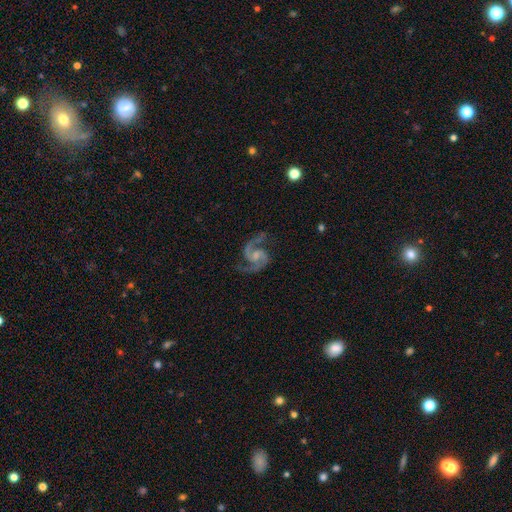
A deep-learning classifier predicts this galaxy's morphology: Q: Smooth or featured?
A: featured or disk (93%); runner-up: star or artifact (4%)
Q: Edge-on disk?
A: no (98%); runner-up: yes (2%)
Q: Bar?
A: no (49%); runner-up: weak (41%)
Q: Spiral arms?
A: yes (98%); runner-up: no (2%)
Q: Spiral winding?
A: medium (65%); runner-up: loose (20%)
Q: Spiral arm count?
A: 2 (93%); runner-up: 3 (2%)
Q: Bulge size?
A: small (41%); runner-up: moderate (32%)
Q: Merging?
A: none (75%); runner-up: minor disturbance (15%)